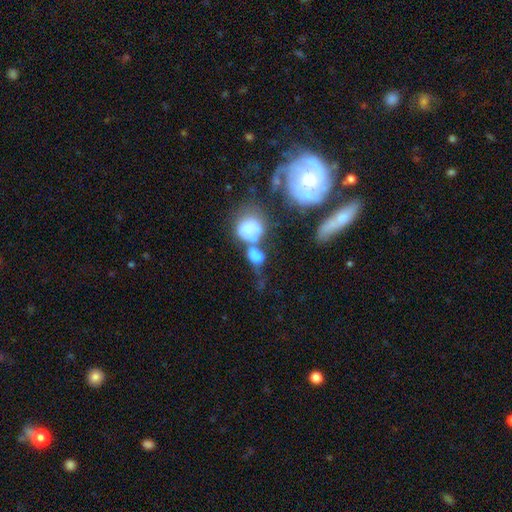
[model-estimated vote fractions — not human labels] A smooth galaxy with no disk features (53%) that is in between round and cigar-shaped (58%). Merging: merger (55%).